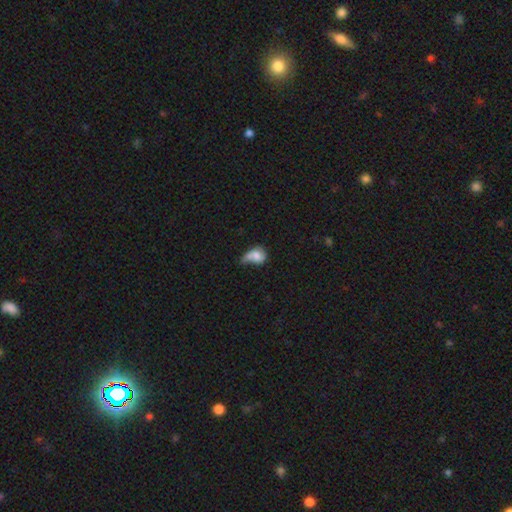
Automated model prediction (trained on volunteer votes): smooth_or_featured: smooth (p=0.67) [alt: featured or disk p=0.23]
how_rounded: in between (p=0.61) [alt: round p=0.37]
merging: major disturbance (p=0.28) [alt: minor disturbance p=0.26]